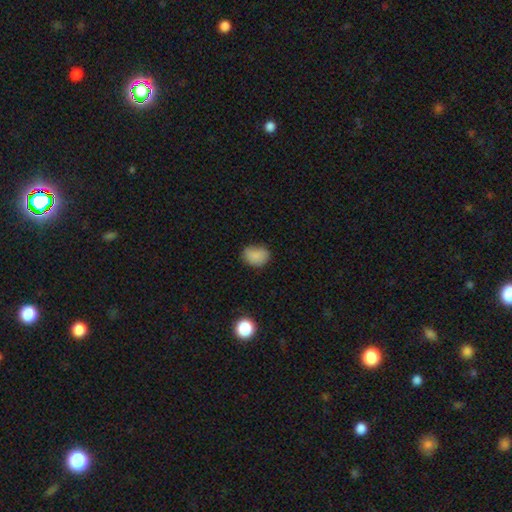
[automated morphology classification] This appears to be a smooth galaxy with no disk features (84%) that is in between round and cigar-shaped (60%). Merging: none (69%).